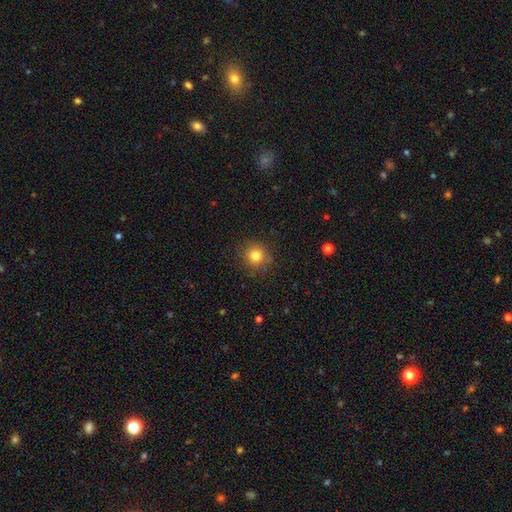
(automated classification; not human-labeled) Overall: smooth (80%). How rounded: round (91%). Merging: none (87%).